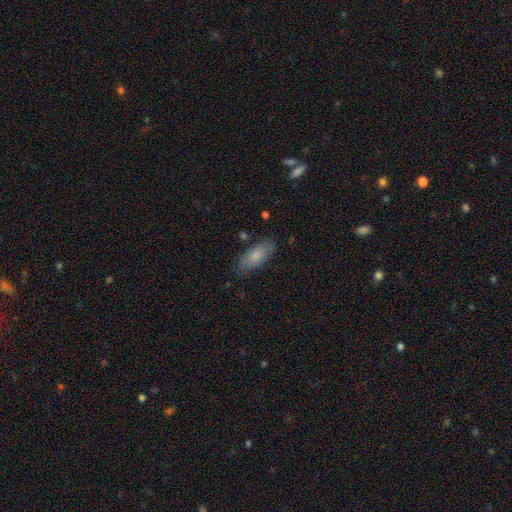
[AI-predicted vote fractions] Smooth or featured? Predicted: smooth (p=0.79). How rounded? Predicted: in between (p=0.80). Merging? Predicted: none (p=0.79).